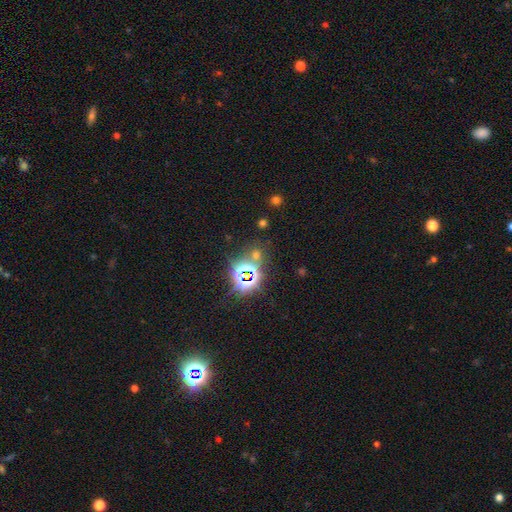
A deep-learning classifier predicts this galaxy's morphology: A star or artifact, not a galaxy (65%).

Vote fractions:
- Smooth or featured? star or artifact: 65% / smooth: 27% / featured or disk: 7%